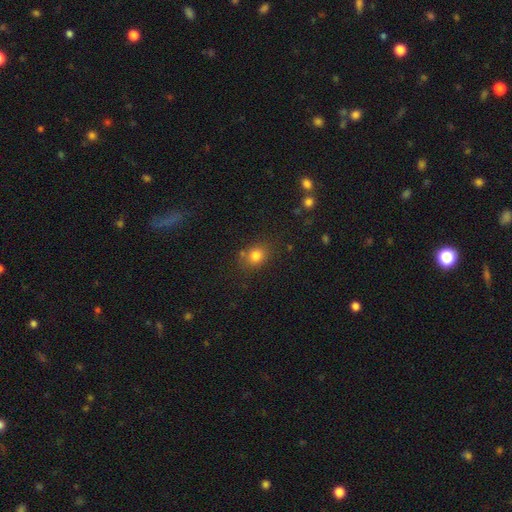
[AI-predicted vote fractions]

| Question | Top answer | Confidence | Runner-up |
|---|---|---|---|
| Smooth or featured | smooth | 80% | star or artifact (13%) |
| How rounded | round | 57% | in between (42%) |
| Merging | none | 75% | minor disturbance (14%) |